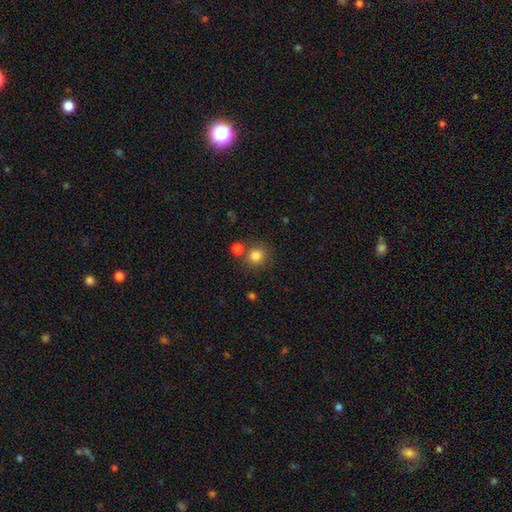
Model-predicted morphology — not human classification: The model was most divided on "merging": none: 75%, merger: 14%, minor disturbance: 8%, major disturbance: 3%. More confident: how rounded — round (91%); smooth or featured — smooth (82%).